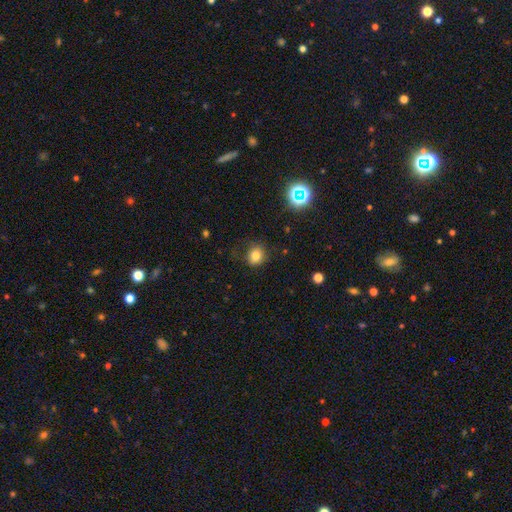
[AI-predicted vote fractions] A smooth galaxy with no disk features (80%) that is round (67%). Merging: none (77%).